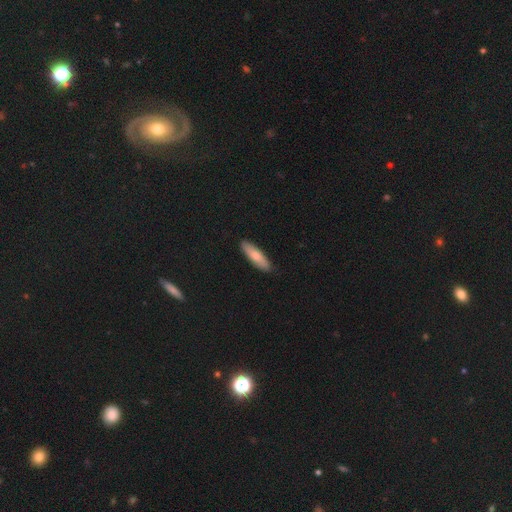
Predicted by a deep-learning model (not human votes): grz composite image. It shows a smooth galaxy with no disk features (78%) that is cigar-shaped (63%). Merging: none (89%).